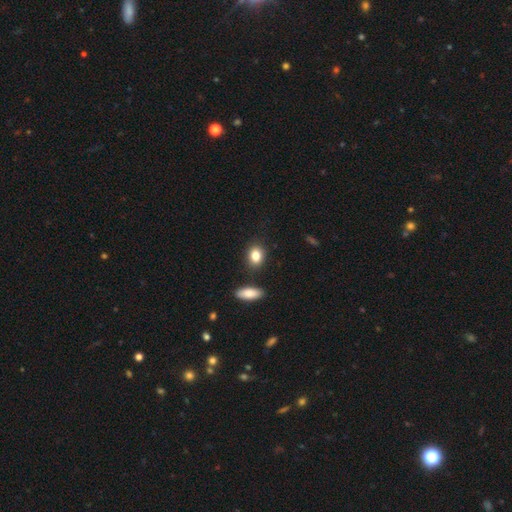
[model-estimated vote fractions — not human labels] This is clearly a smooth galaxy (84%). How rounded: likely in between (63%). Merging: clearly none (82%).